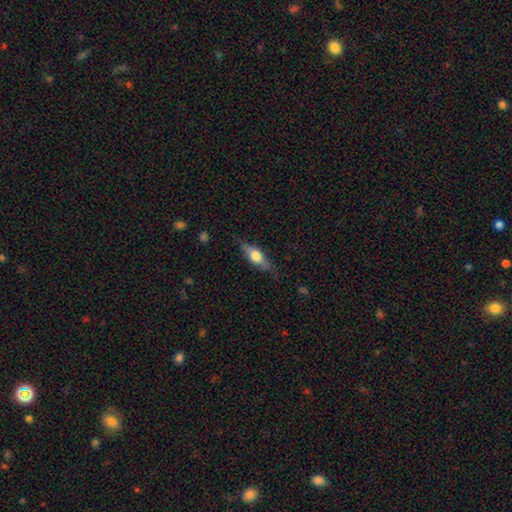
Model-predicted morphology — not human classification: type=smooth (52%); roundness=in between (55%); merging=none (77%).